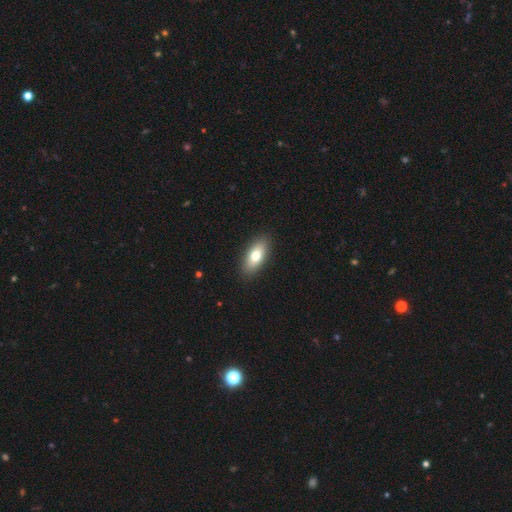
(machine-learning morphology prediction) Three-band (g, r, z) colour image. It shows a smooth galaxy with no disk features (74%) that is in between round and cigar-shaped (84%). Merging: none (89%).